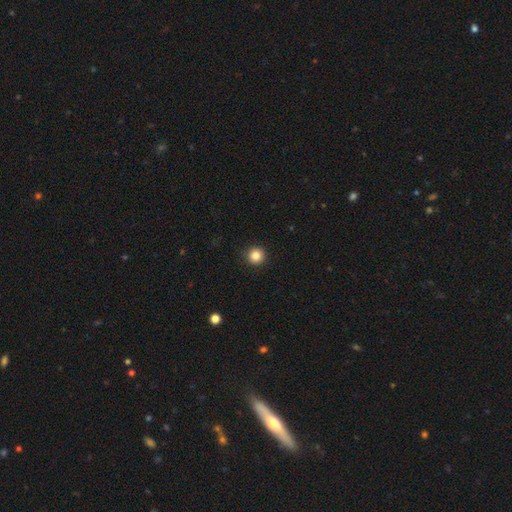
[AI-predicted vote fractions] Morphology: type=smooth (84%); roundness=round (96%); merging=none (93%).